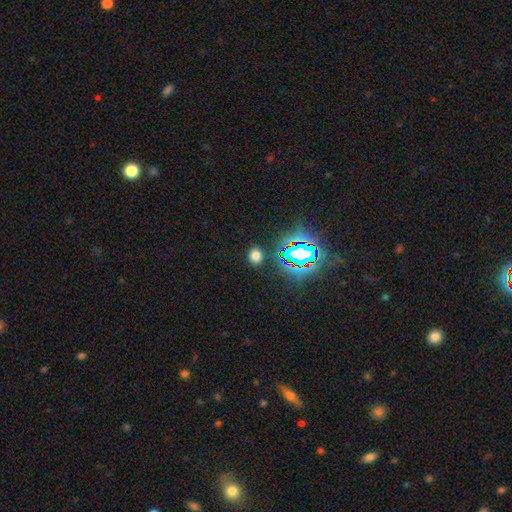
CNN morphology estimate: Smooth or featured: smooth — 66% (star or artifact — 28%)
How rounded: round — 65% (in between — 34%)
Merging: none — 88% (minor disturbance — 7%)